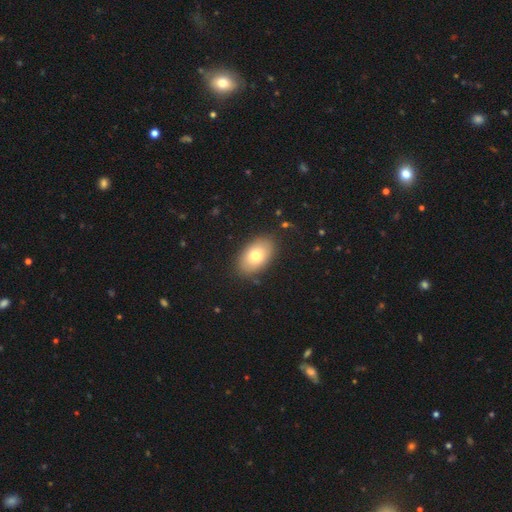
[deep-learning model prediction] Morphology: type=smooth (75%); roundness=in between (90%); merging=none (86%).